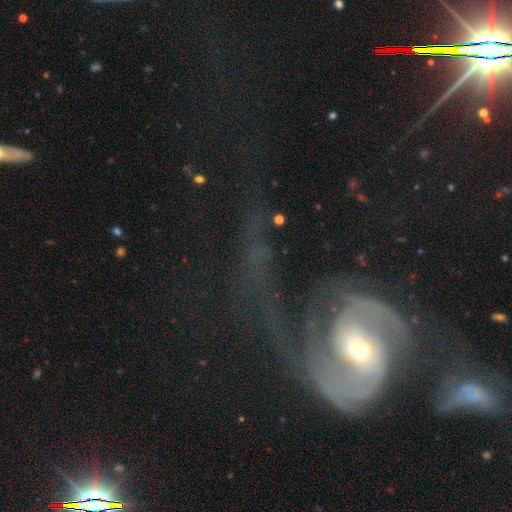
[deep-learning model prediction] Q: Smooth or featured?
A: featured or disk (82%); runner-up: star or artifact (10%)
Q: Edge-on disk?
A: no (96%); runner-up: yes (4%)
Q: Bar?
A: no (43%); runner-up: weak (36%)
Q: Spiral arms?
A: yes (93%); runner-up: no (7%)
Q: Spiral winding?
A: medium (46%); runner-up: tight (29%)
Q: Spiral arm count?
A: 2 (80%); runner-up: can't tell (7%)
Q: Bulge size?
A: small (55%); runner-up: moderate (39%)
Q: Merging?
A: none (47%); runner-up: major disturbance (30%)